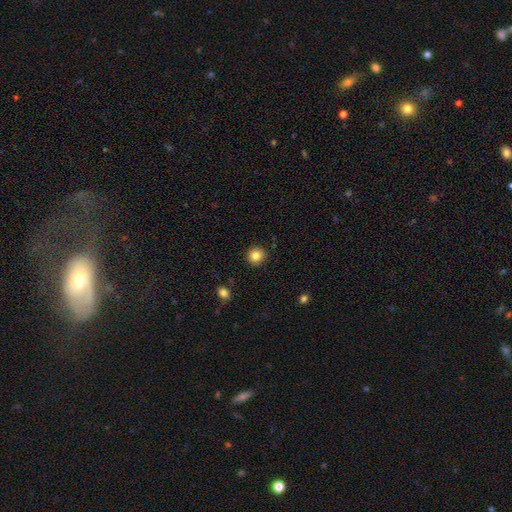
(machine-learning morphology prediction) This appears to be a smooth galaxy with no disk features (84%) that is round (93%). Merging: none (91%).